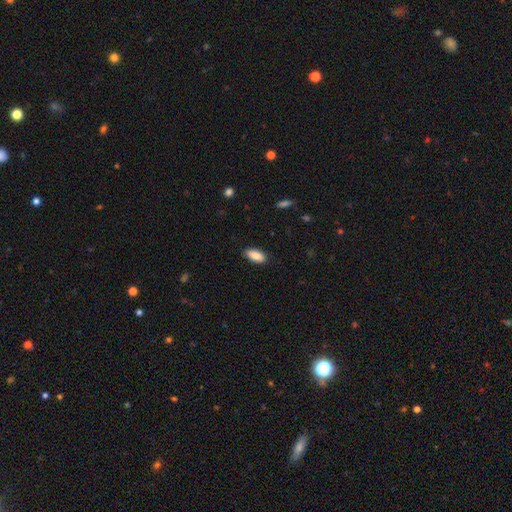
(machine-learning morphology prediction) Smooth or featured? Predicted: smooth (p=0.87). How rounded? Predicted: in between (p=0.86). Merging? Predicted: none (p=0.86).